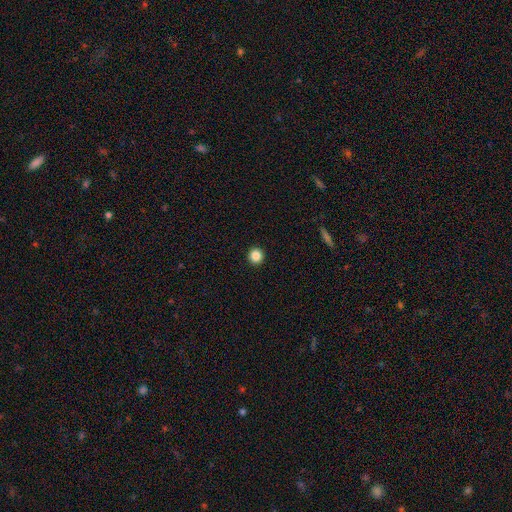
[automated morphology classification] The model was most divided on "smooth or featured": smooth: 86%, star or artifact: 10%, featured or disk: 4%. More confident: how rounded — round (95%); merging — none (94%).